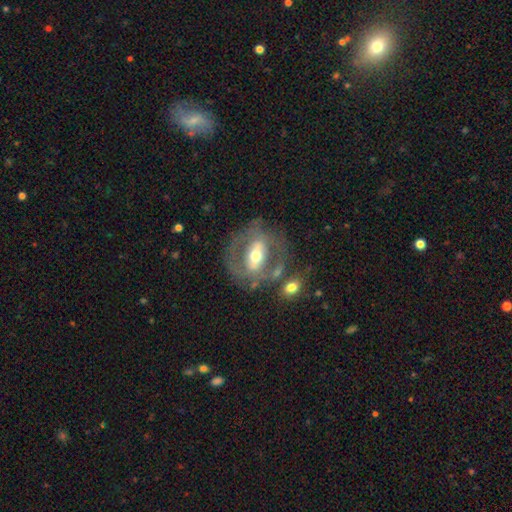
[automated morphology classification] A featured or disk galaxy (71%) with a strong bar (53%), no spiral arms (62%) and a moderate central bulge (70%). Merging: none (60%).